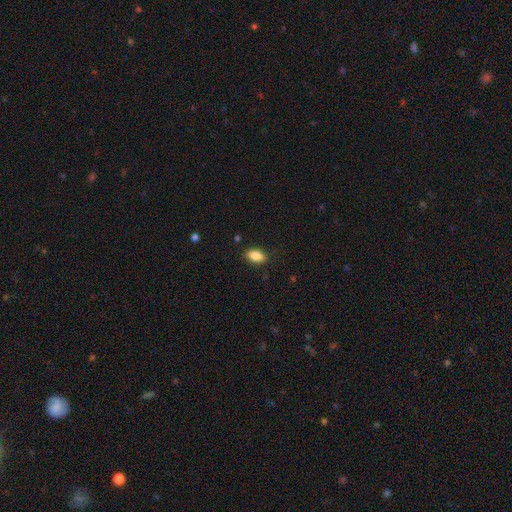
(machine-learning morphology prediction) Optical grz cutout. It shows a smooth galaxy with no disk features (87%) that is in between round and cigar-shaped (90%). Merging: none (86%).